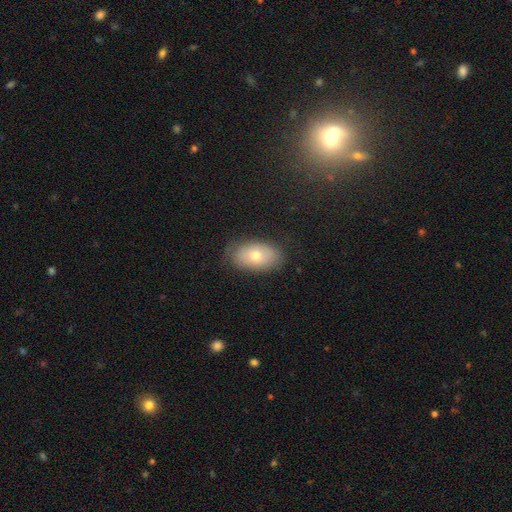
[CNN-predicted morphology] type=smooth (69%); roundness=in between (90%); merging=none (79%).